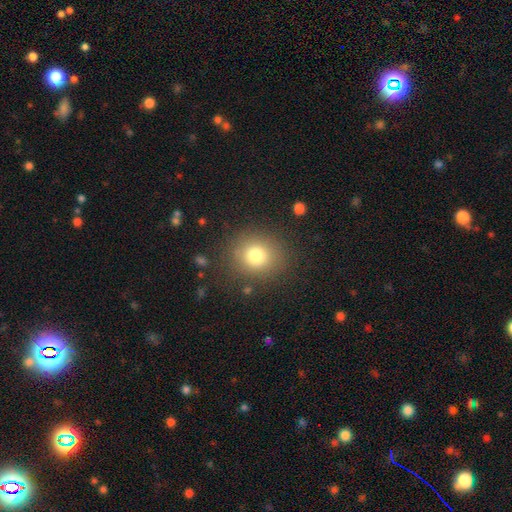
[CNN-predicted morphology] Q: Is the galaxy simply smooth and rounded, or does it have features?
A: smooth — 77%.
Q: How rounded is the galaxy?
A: round — 85%.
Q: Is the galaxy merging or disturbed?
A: none — 85%.